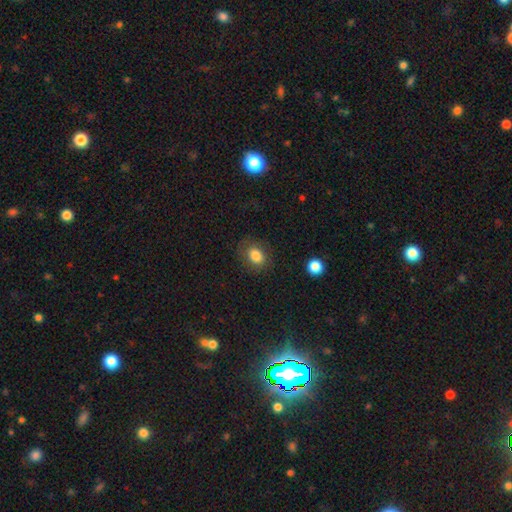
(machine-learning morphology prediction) This is clearly a smooth galaxy (82%). How rounded: possibly in between (52%). Merging: likely none (78%).